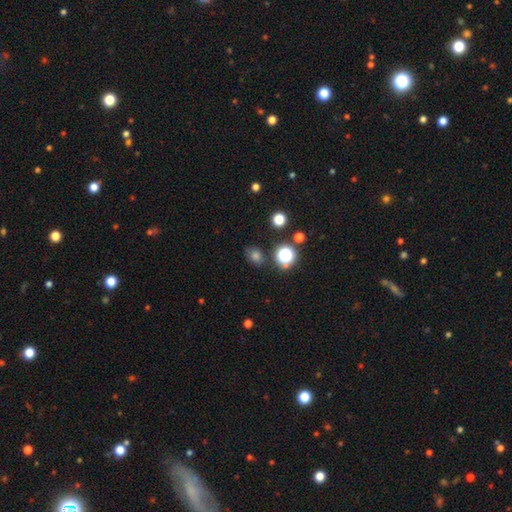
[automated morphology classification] Overall: smooth (57%; star or artifact 34%). How rounded: round (59%; in between 40%). Merging: none (80%).